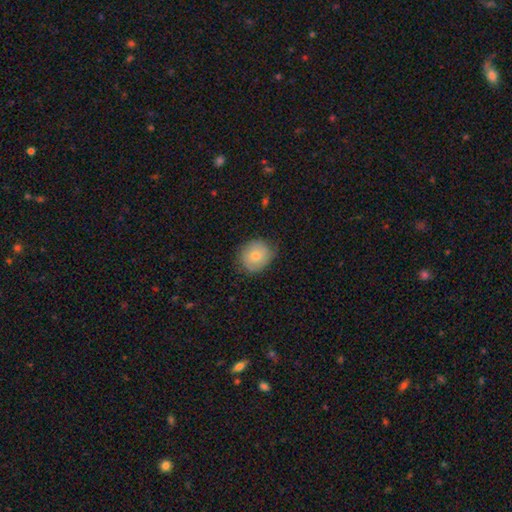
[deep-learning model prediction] Overall: smooth (73%). How rounded: round (74%). Merging: none (69%).